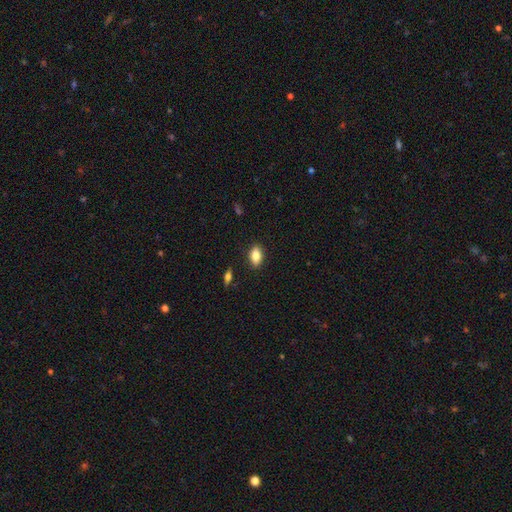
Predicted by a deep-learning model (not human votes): Q: Smooth or featured?
A: smooth (82%); runner-up: featured or disk (10%)
Q: How rounded?
A: in between (88%); runner-up: round (8%)
Q: Merging?
A: none (88%); runner-up: minor disturbance (8%)